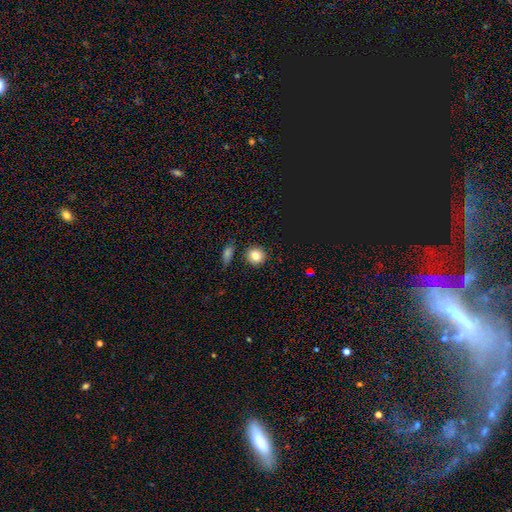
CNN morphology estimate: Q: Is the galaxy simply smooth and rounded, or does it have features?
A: smooth — 81%.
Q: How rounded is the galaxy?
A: round — 89%.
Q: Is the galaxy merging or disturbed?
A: none — 86%.